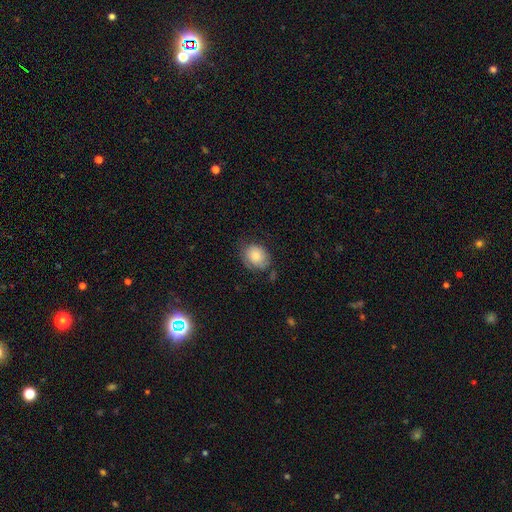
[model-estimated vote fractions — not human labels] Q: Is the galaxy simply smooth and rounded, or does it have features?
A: smooth — 78%.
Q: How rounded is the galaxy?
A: in between — 51%.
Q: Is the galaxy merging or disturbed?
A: none — 62%.